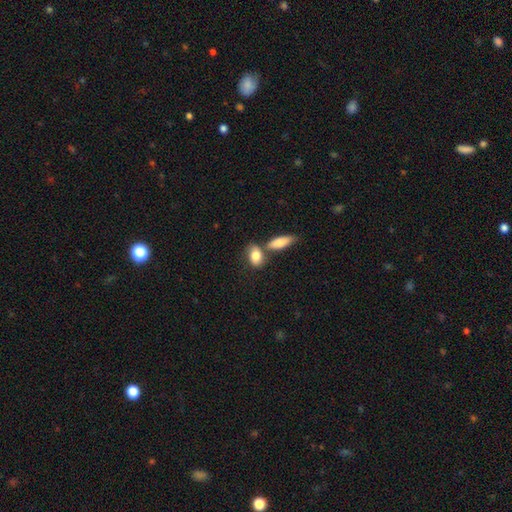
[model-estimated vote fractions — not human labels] smooth 82%, featured or disk 12%, star or artifact 7%. Down the decision tree: how rounded — in between (81%); merging — none (47%).